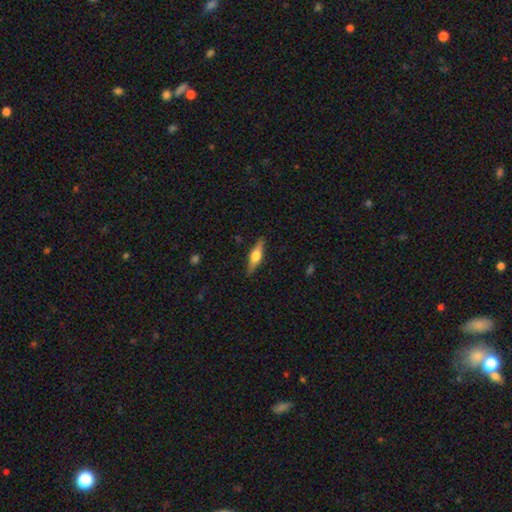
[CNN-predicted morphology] featured or disk 59%, smooth 35%, star or artifact 6%. Down the decision tree: edge-on disk — yes (96%); edge-on bulge — rounded (93%); merging — none (88%).